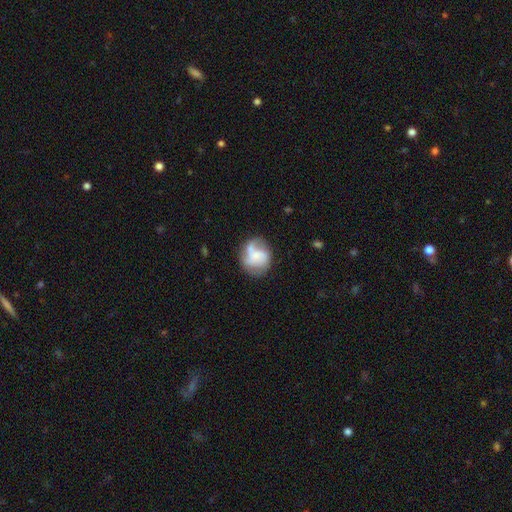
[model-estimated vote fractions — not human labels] A featured or disk galaxy (52%) with no bar (67%), spiral arms (74%) and a small central bulge (43%). Merging: none (53%).